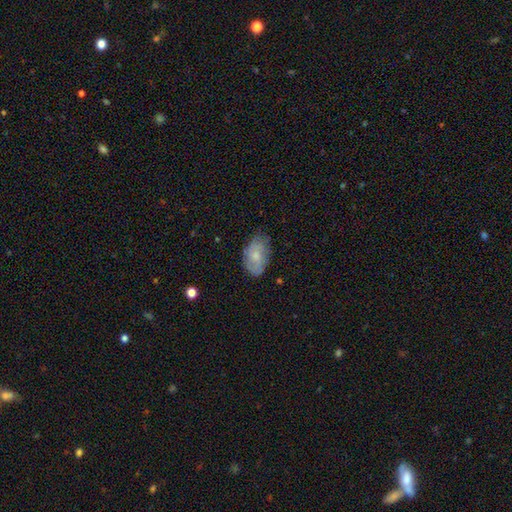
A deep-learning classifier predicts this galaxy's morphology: This is likely a smooth galaxy (60%). How rounded: clearly in between (91%). Merging: likely none (65%).